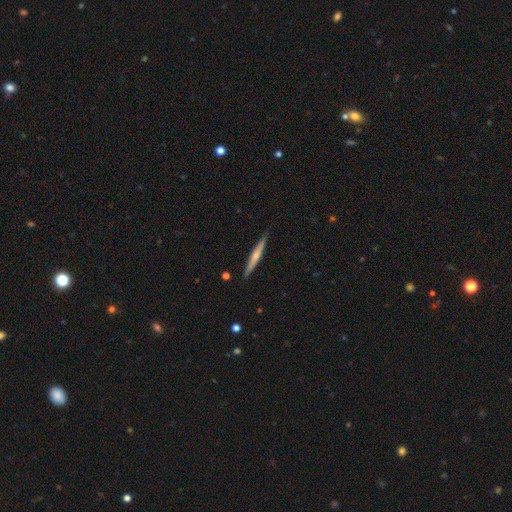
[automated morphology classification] This is possibly a featured or disk galaxy (58%). It is clearly viewed edge-on (97%). Edge-on bulge: likely rounded (62%). Merging: clearly none (90%).